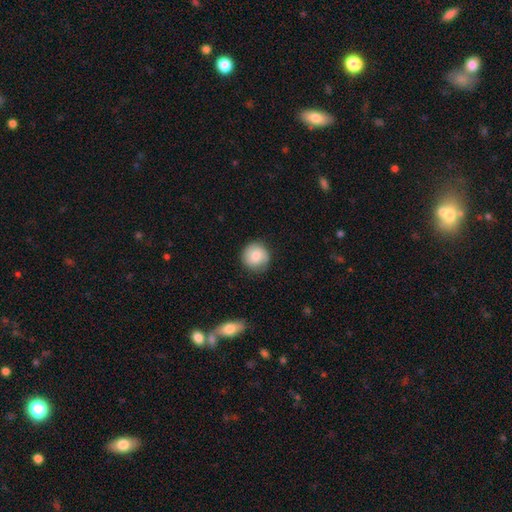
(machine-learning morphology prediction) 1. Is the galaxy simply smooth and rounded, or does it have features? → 74% smooth, 19% featured or disk, 7% star or artifact.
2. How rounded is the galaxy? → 93% round, 6% in between, 1% cigar-shaped.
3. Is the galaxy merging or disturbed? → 83% none, 13% minor disturbance, 3% major disturbance, 1% merger.